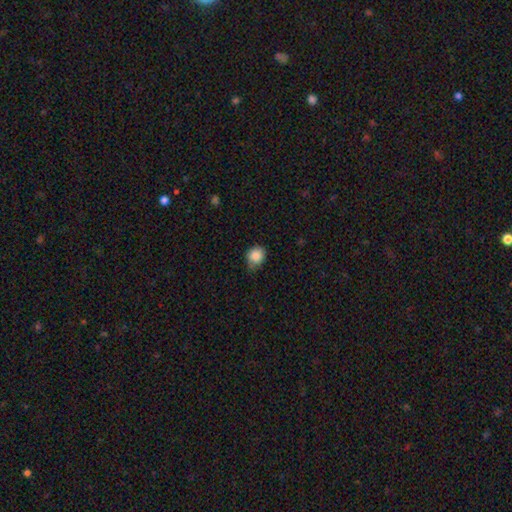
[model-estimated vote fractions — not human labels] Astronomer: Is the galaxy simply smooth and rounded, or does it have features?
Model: smooth — 87%.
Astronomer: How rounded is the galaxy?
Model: round — 75%.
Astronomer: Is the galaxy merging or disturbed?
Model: none — 65%.